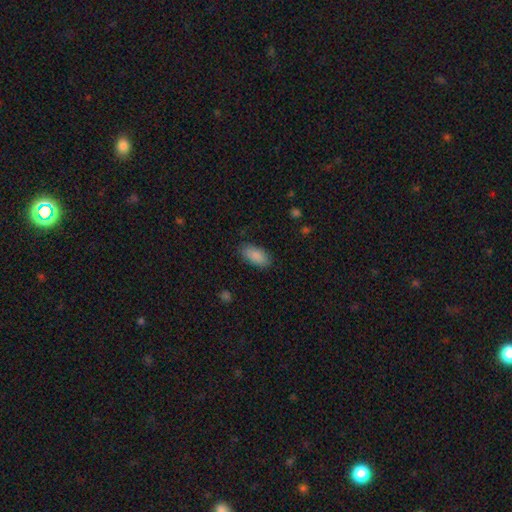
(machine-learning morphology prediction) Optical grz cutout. It shows a smooth galaxy with no disk features (89%) that is in between round and cigar-shaped (91%). Merging: none (84%).